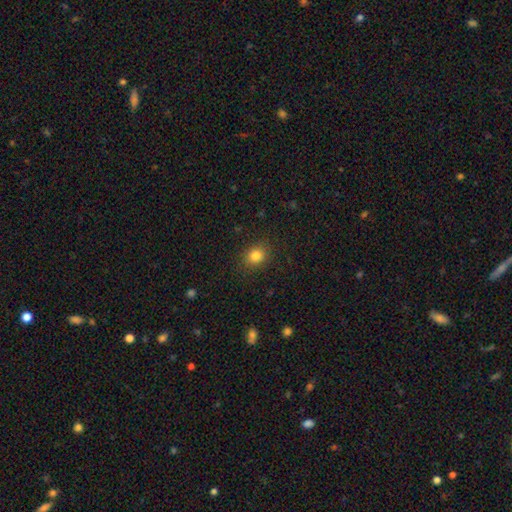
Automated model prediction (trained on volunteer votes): A smooth galaxy with no disk features (83%) that is round (61%). Merging: none (87%).